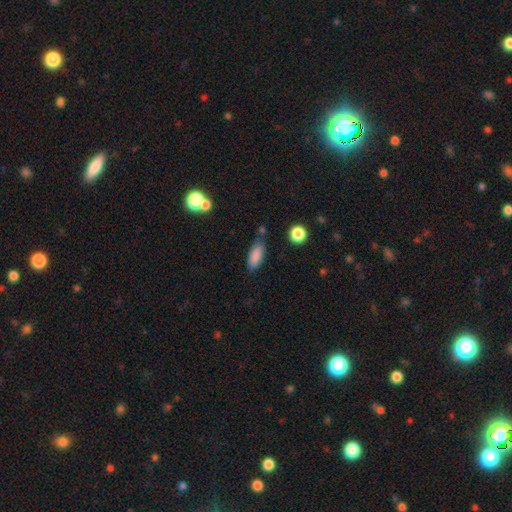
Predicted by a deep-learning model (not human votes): Morphology: type=smooth (86%); roundness=in between (79%); merging=none (73%).